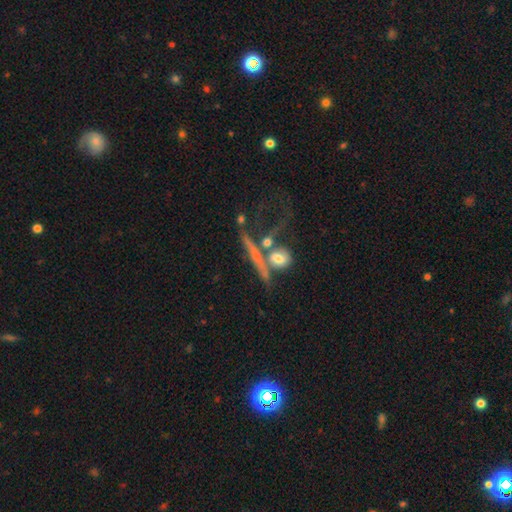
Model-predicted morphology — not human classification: Q: Smooth or featured?
A: featured or disk (55%); runner-up: smooth (31%)
Q: Edge-on disk?
A: yes (74%); runner-up: no (26%)
Q: Merging?
A: none (44%); runner-up: merger (29%)